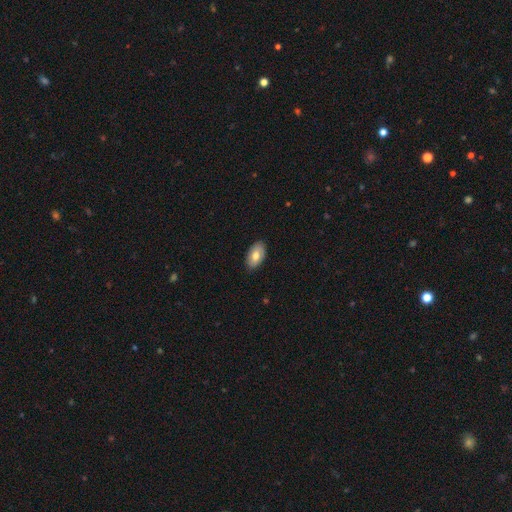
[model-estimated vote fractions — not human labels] smooth-or-featured: smooth: 71% | featured or disk: 23% | star or artifact: 6%
  how-rounded: in between: 94% | round: 4% | cigar-shaped: 2%
  merging: none: 86% | minor disturbance: 11% | major disturbance: 2% | merger: 1%